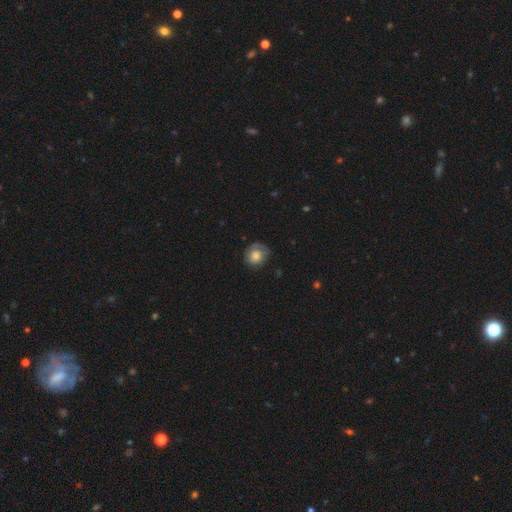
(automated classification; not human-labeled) The model was most divided on "smooth or featured": smooth: 66%, featured or disk: 26%, star or artifact: 8%. More confident: how rounded — round (78%); merging — none (65%).